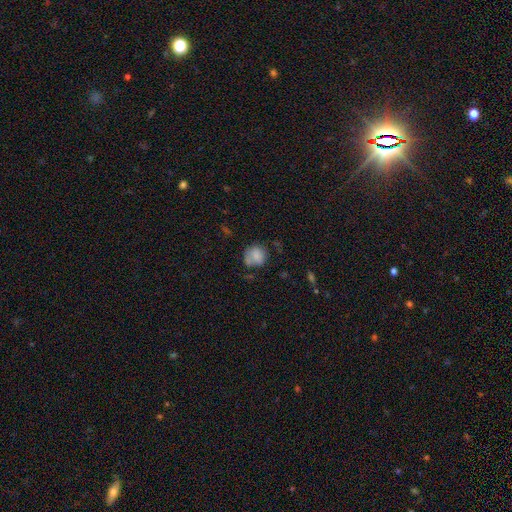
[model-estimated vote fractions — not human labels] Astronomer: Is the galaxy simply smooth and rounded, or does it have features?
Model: smooth — 79%.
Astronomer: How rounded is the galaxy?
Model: round — 78%.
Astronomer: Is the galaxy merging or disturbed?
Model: none — 54%.